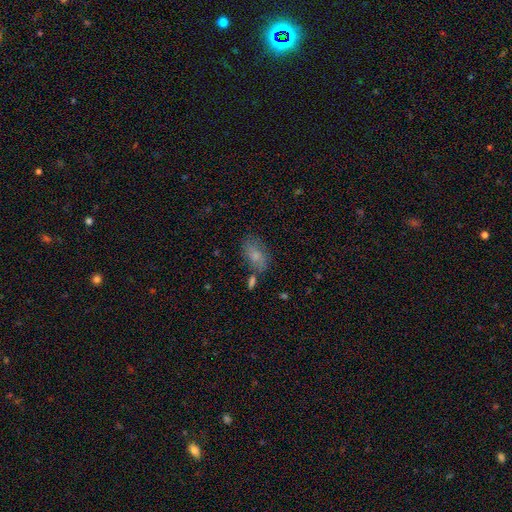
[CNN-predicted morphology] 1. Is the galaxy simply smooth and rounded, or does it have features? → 72% smooth, 18% featured or disk, 10% star or artifact.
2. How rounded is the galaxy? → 89% in between, 8% round, 4% cigar-shaped.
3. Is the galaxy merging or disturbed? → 61% none, 20% minor disturbance, 12% merger, 7% major disturbance.